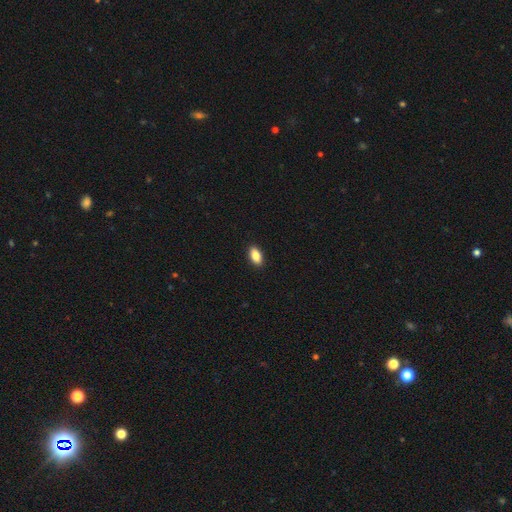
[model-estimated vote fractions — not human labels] Morphology: type=smooth (86%); roundness=in between (91%); merging=none (91%).